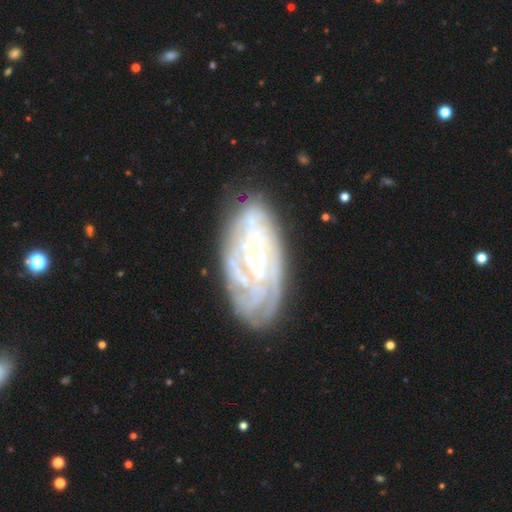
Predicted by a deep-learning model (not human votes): A featured or disk galaxy (82%) with no bar (69%), tight (76%) spiral arms (92%) and a small central bulge (76%).

Vote fractions:
- Smooth or featured? featured or disk: 82% / smooth: 11% / star or artifact: 7%
- Edge-on disk? no: 93% / yes: 7%
- Bar? no: 69% / weak: 22% / strong: 8%
- Spiral arms? yes: 92% / no: 8%
- Spiral winding? tight: 76% / medium: 19% / loose: 4%
- Spiral arm count? can't tell: 41% / 4: 17% / 3: 14% / 2: 11% / more than 4: 10% / 1: 6%
- Bulge size? small: 76% / moderate: 15% / none: 6% / large: 2% / dominant: 1%
- Merging? none: 73% / minor disturbance: 18% / major disturbance: 7% / merger: 3%